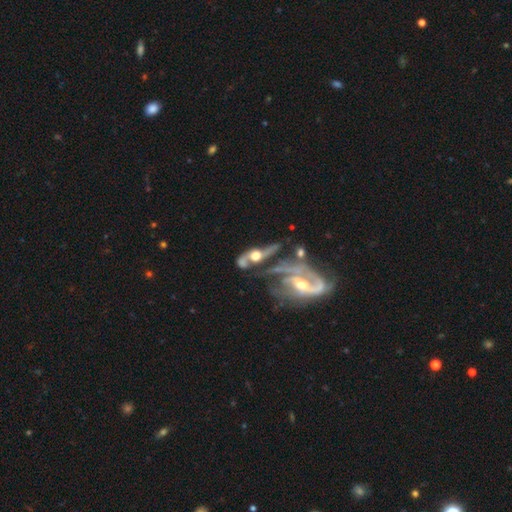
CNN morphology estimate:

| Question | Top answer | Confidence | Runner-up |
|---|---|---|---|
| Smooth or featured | featured or disk | 76% | smooth (16%) |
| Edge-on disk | no | 82% | yes (18%) |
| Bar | no | 68% | weak (22%) |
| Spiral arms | yes | 77% | no (23%) |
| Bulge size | moderate | 50% | large (31%) |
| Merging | merger | 37% | major disturbance (26%) |